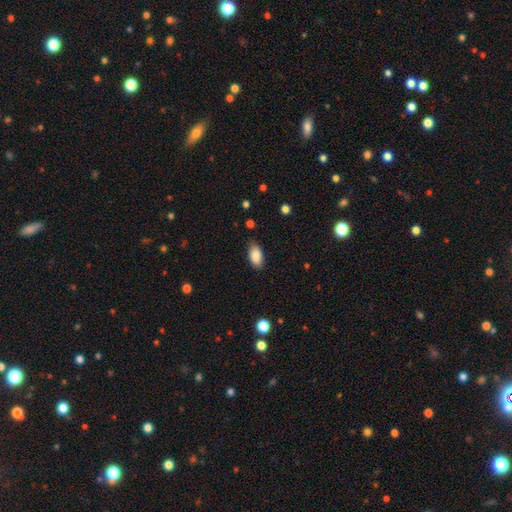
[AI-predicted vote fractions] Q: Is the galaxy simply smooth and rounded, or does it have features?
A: smooth — 88%.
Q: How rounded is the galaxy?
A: in between — 92%.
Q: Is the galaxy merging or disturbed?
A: none — 83%.